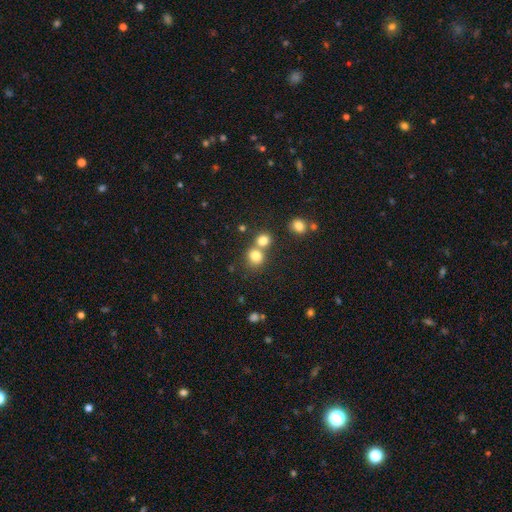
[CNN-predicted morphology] smooth-or-featured: smooth: 79% | star or artifact: 13% | featured or disk: 8%
  how-rounded: round: 81% | in between: 18% | cigar-shaped: 1%
  merging: none: 50% | merger: 40% | minor disturbance: 7% | major disturbance: 3%